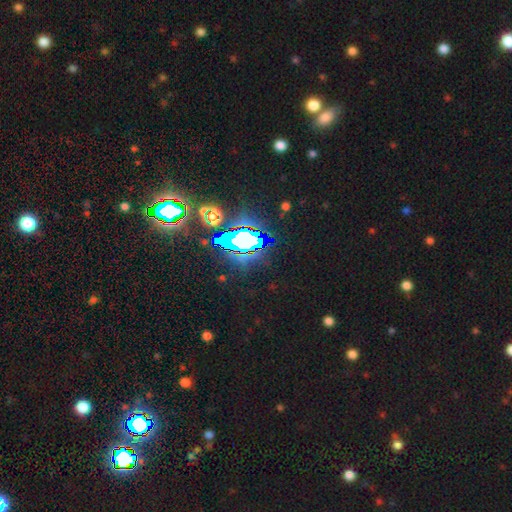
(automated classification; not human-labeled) This appears to be a star or artifact, not a galaxy (82%).